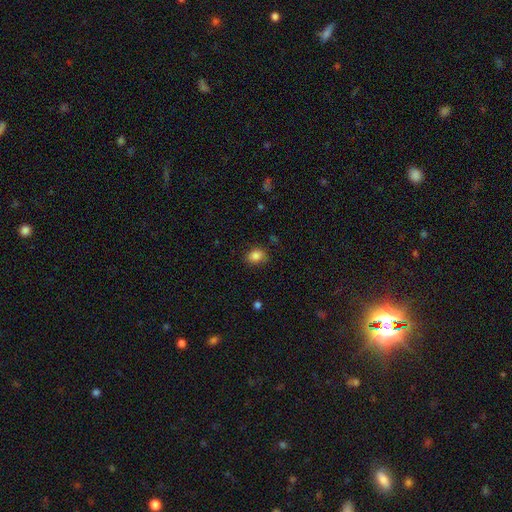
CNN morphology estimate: Smooth or featured? smooth (84%)
How rounded? in between (53%)
Merging? none (78%)